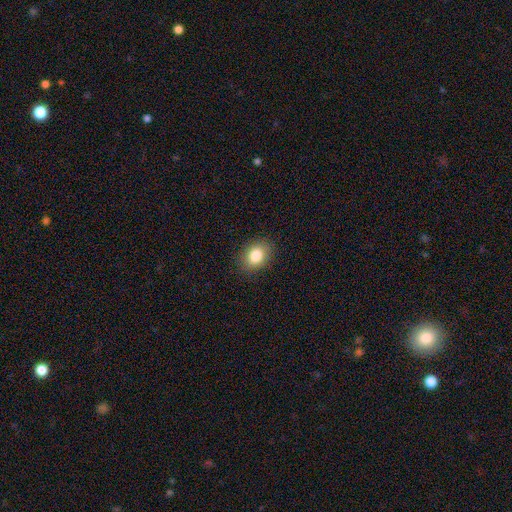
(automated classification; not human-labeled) smooth_or_featured: smooth (p=0.84) [alt: star or artifact p=0.09]
how_rounded: in between (p=0.71) [alt: round p=0.28]
merging: none (p=0.87) [alt: minor disturbance p=0.09]